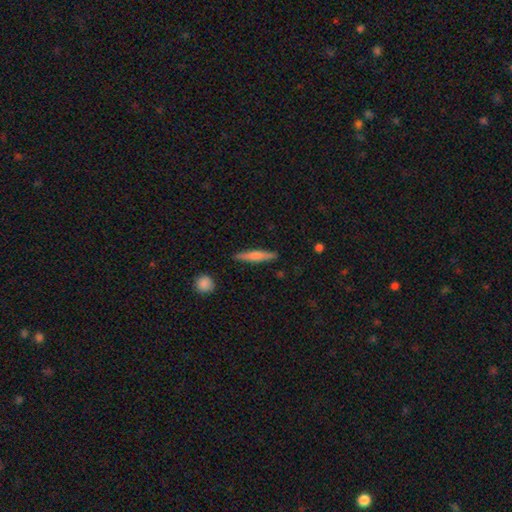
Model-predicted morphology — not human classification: This appears to be a smooth galaxy with no disk features (62%) that is cigar-shaped (90%). Merging: none (88%).